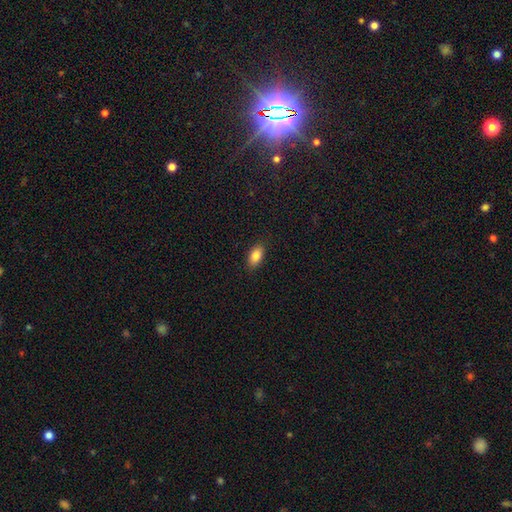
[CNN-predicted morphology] Q: Smooth or featured?
A: smooth (85%); runner-up: star or artifact (8%)
Q: How rounded?
A: in between (91%); runner-up: round (5%)
Q: Merging?
A: none (87%); runner-up: minor disturbance (9%)